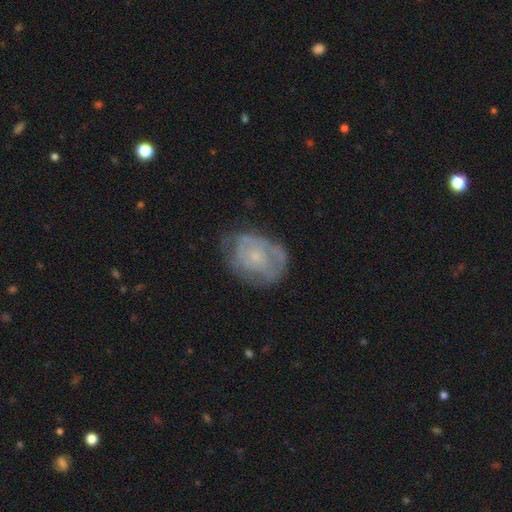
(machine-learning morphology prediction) A featured or disk galaxy (64%) with no bar (81%), spiral arms (66%) and a small central bulge (71%). Merging: none (61%).